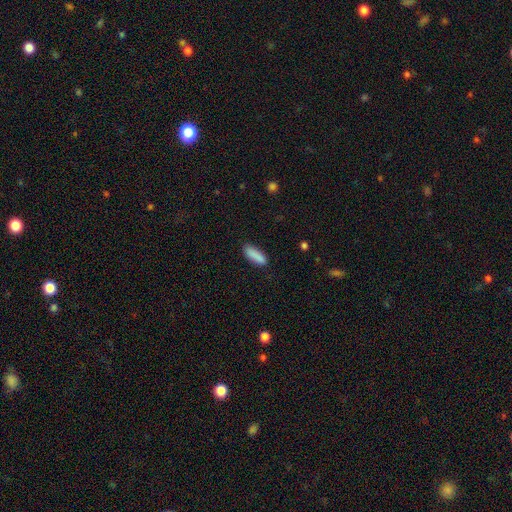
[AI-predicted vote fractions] Smooth or featured? smooth (88%)
How rounded? in between (49%, tied with cigar-shaped)
Merging? none (84%)